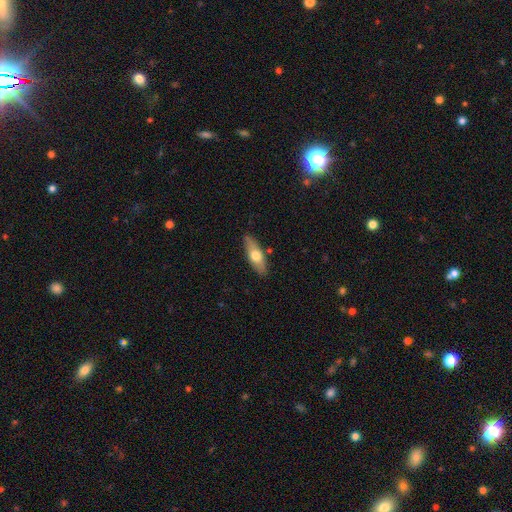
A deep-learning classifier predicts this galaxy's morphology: smooth-or-featured: smooth: 61% | featured or disk: 33% | star or artifact: 6%
  how-rounded: in between: 59% | cigar-shaped: 38% | round: 3%
  merging: none: 84% | minor disturbance: 12% | merger: 2% | major disturbance: 2%